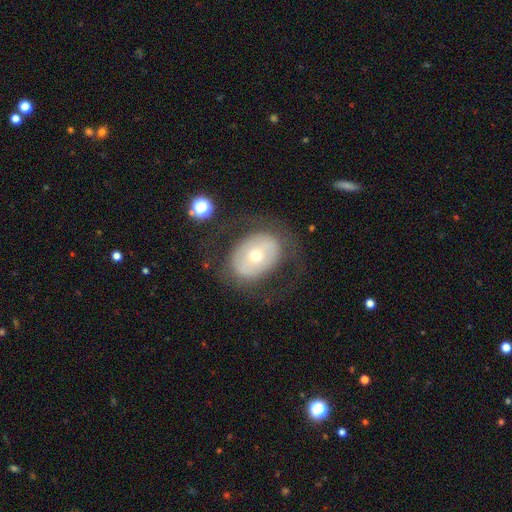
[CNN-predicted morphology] smooth_or_featured: featured or disk (p=0.48) [alt: smooth p=0.43]
merging: none (p=0.71) [alt: minor disturbance p=0.14]